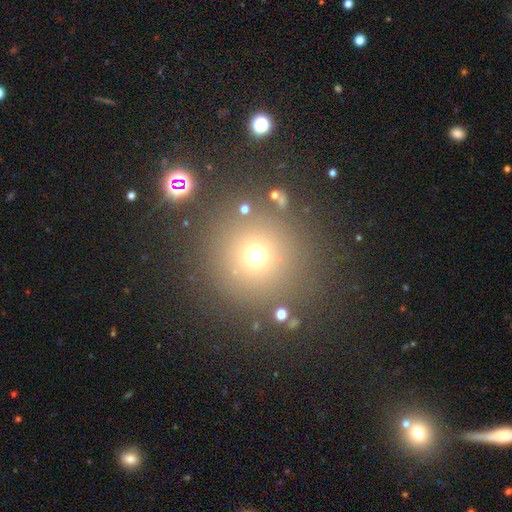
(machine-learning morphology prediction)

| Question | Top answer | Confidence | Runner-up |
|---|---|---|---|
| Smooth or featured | smooth | 65% | star or artifact (26%) |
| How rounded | round | 94% | in between (5%) |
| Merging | none | 85% | minor disturbance (7%) |